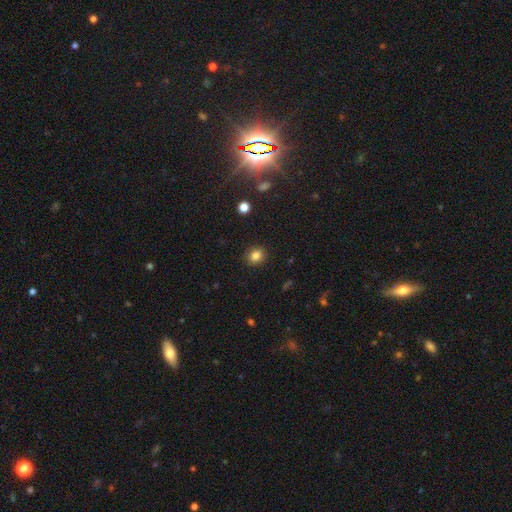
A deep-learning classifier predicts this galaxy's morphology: Q: Smooth or featured?
A: smooth (84%); runner-up: star or artifact (11%)
Q: How rounded?
A: round (62%); runner-up: in between (37%)
Q: Merging?
A: none (90%); runner-up: minor disturbance (7%)